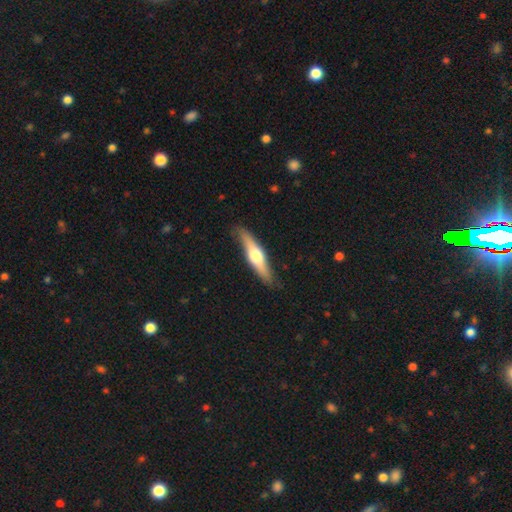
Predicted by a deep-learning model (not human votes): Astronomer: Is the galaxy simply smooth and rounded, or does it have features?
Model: featured or disk — 56% (runner-up: smooth, 39%).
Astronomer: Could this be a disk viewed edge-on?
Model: yes — 94%.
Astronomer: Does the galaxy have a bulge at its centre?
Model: rounded — 91%.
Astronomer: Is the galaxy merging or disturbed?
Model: none — 85%.